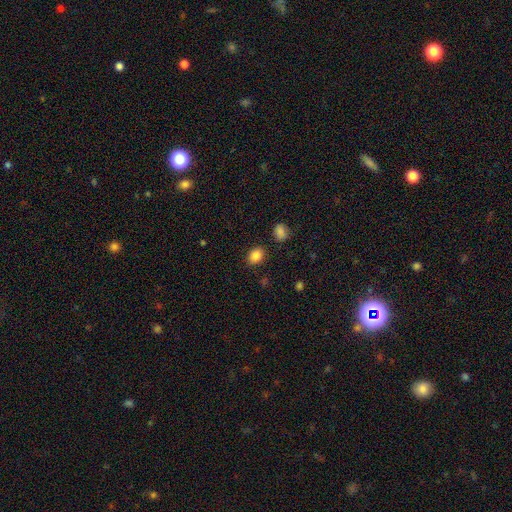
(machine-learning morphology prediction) A smooth galaxy with no disk features (87%) that is in between round and cigar-shaped (58%). Merging: none (85%).